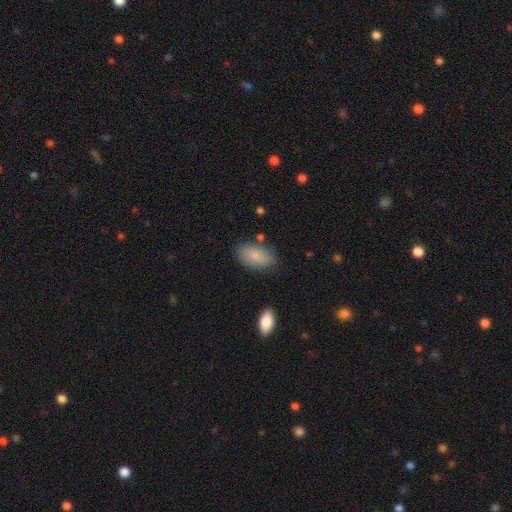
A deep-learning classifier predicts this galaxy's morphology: Smooth or featured: smooth — 84% (featured or disk — 9%)
How rounded: in between — 93% (round — 4%)
Merging: none — 78% (minor disturbance — 15%)